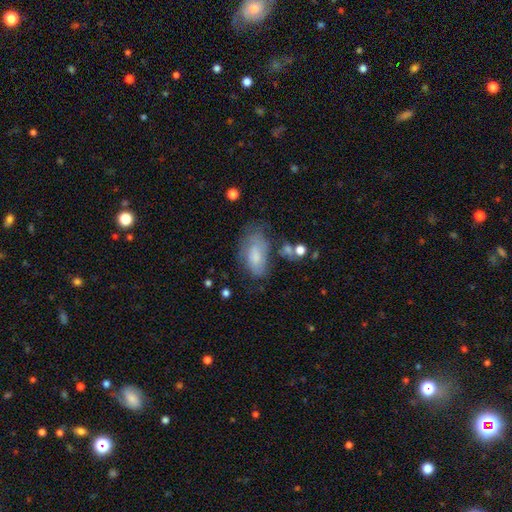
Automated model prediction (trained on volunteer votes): smooth 65%, featured or disk 26%, star or artifact 8%. Down the decision tree: how rounded — in between (91%); merging — none (46%).